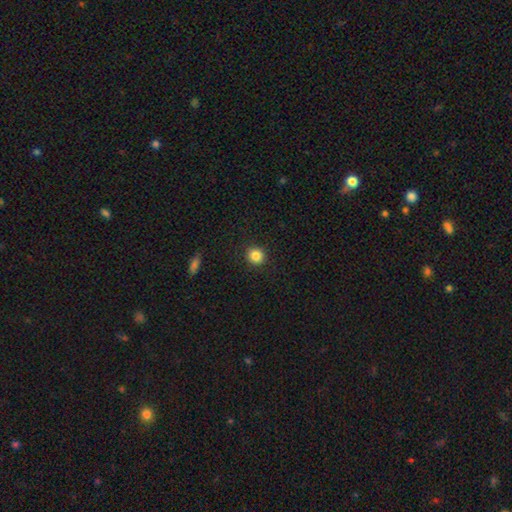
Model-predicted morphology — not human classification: This appears to be a smooth galaxy with no disk features (85%) that is round (91%). Merging: none (92%).